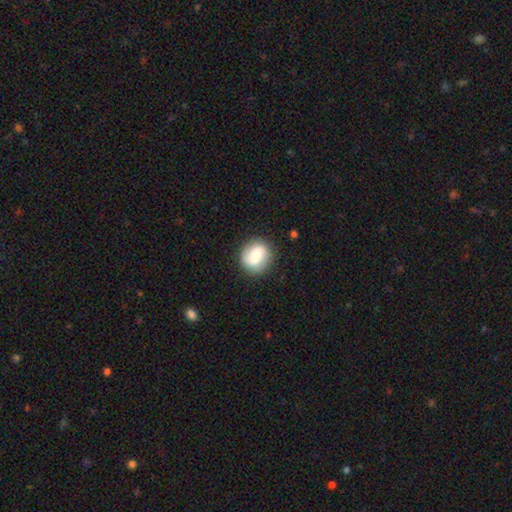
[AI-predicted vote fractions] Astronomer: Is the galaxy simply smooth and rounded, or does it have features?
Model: smooth — 69%.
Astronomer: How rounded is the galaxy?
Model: round — 74%.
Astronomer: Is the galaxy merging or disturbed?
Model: none — 81%.